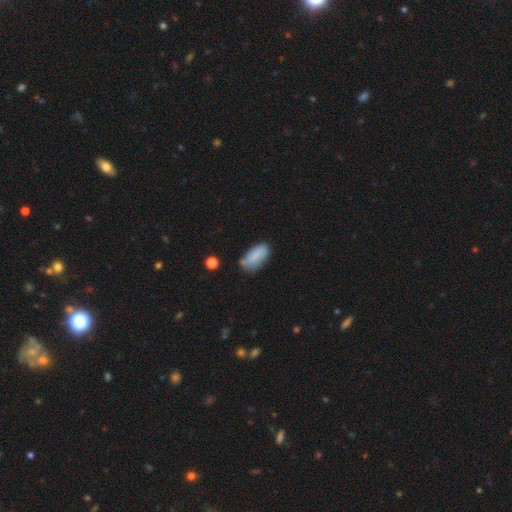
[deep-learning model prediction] Morphology: type=smooth (81%); roundness=in between (88%); merging=none (59%).